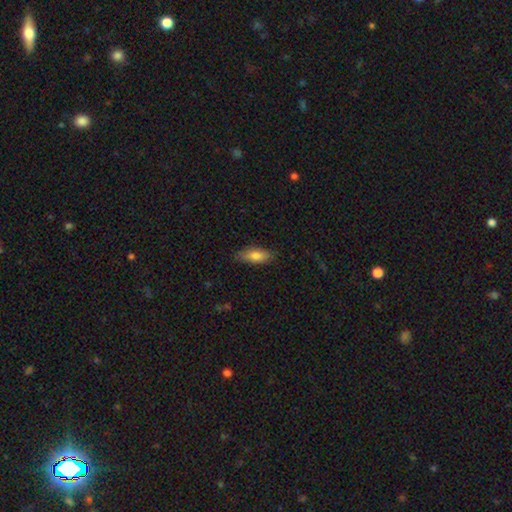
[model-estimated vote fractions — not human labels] Smooth or featured?
  - smooth: 79% *
  - featured or disk: 15%
  - star or artifact: 6%
How rounded?
  - in between: 73% *
  - cigar-shaped: 25%
  - round: 2%
Merging?
  - none: 83% *
  - minor disturbance: 13%
  - major disturbance: 3%
  - merger: 1%